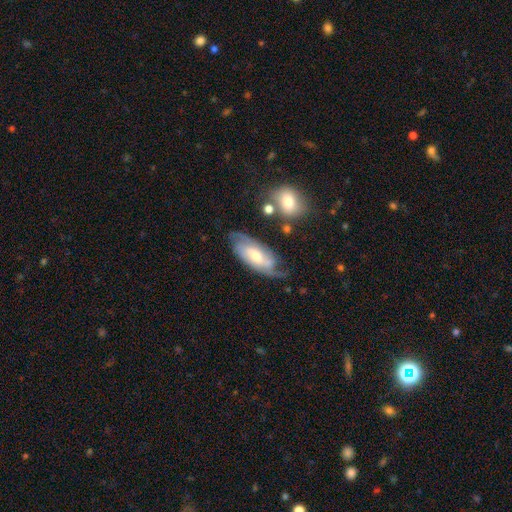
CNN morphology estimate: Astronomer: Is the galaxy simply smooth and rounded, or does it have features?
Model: featured or disk — 76%.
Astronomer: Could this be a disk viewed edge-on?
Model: no — 91%.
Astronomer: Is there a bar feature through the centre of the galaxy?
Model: no — 44% (runner-up: weak, 41%).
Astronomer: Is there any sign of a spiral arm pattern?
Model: yes — 94%.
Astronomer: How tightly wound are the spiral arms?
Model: tight — 48% (runner-up: medium, 39%).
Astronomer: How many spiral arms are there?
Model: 2 — 53%.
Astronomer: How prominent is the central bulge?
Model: moderate — 56% (runner-up: small, 34%).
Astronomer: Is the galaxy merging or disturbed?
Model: none — 66%.